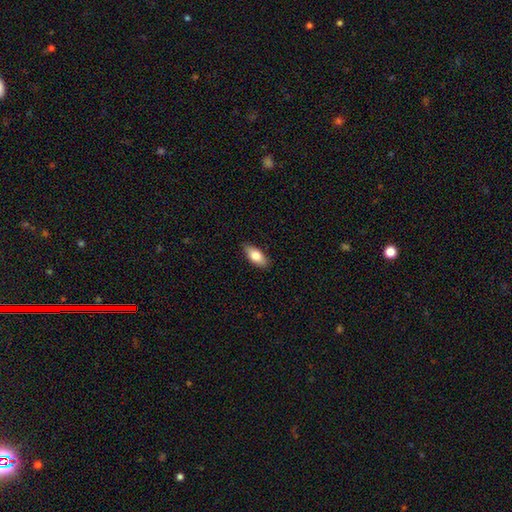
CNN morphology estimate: smooth 78%, featured or disk 16%, star or artifact 6%. Down the decision tree: how rounded — in between (86%); merging — none (86%).